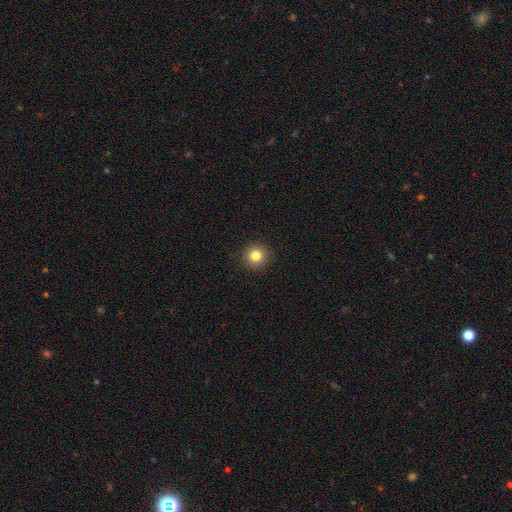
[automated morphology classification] A smooth galaxy with no disk features (83%) that is round (94%).

Vote fractions:
- Smooth or featured? smooth: 83% / star or artifact: 11% / featured or disk: 6%
- How rounded? round: 94% / in between: 5% / cigar-shaped: 1%
- Merging? none: 92% / minor disturbance: 5% / major disturbance: 2% / merger: 1%